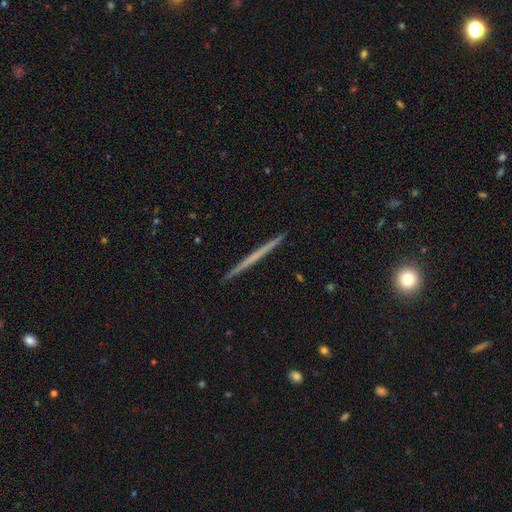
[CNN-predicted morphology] The model was most divided on "smooth or featured": featured or disk: 53%, smooth: 41%, star or artifact: 6%. More confident: edge-on disk — yes (98%); merging — none (93%); edge-on bulge — none (93%).